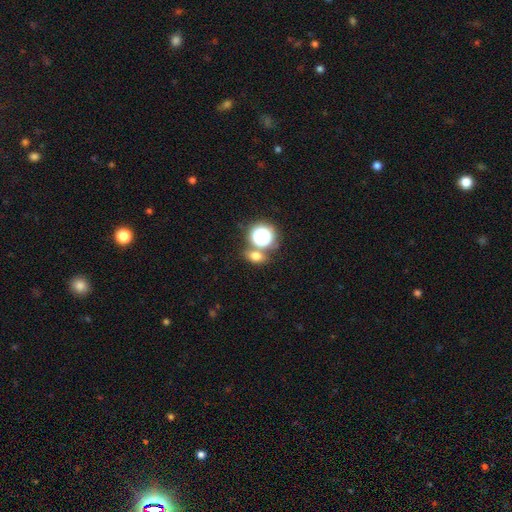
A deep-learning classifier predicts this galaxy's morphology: This is likely a smooth galaxy (65%). How rounded: possibly in between (57%). Merging: likely none (67%).